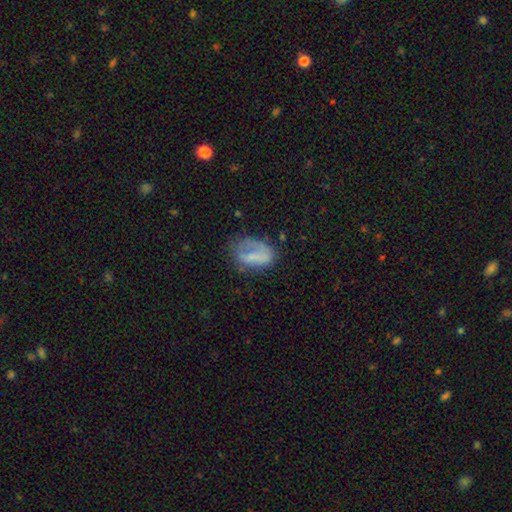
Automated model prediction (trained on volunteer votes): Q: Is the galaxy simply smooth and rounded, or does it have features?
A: smooth — 59%.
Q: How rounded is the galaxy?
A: in between — 84%.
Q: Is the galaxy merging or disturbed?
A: none — 41%.